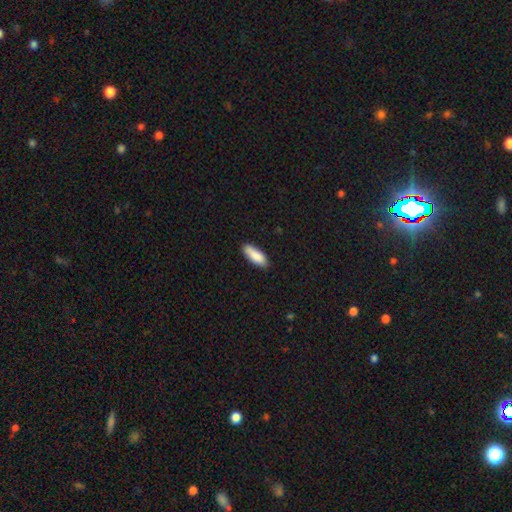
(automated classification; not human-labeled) The model was most divided on "how rounded": in between: 63%, cigar-shaped: 35%, round: 2%. More confident: smooth or featured — smooth (87%); merging — none (84%).